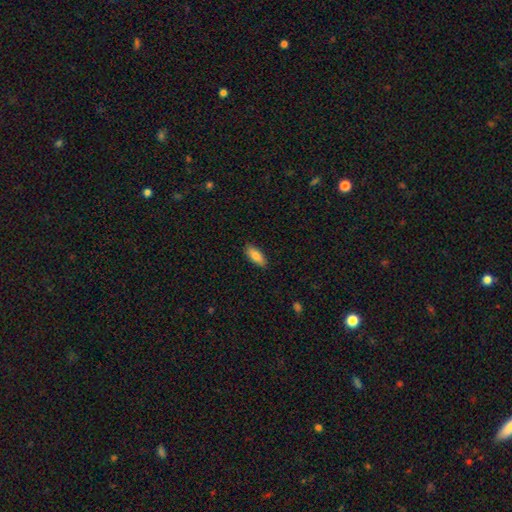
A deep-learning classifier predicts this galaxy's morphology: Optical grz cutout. It shows a smooth galaxy with no disk features (83%) that is in between round and cigar-shaped (75%). Merging: none (87%).